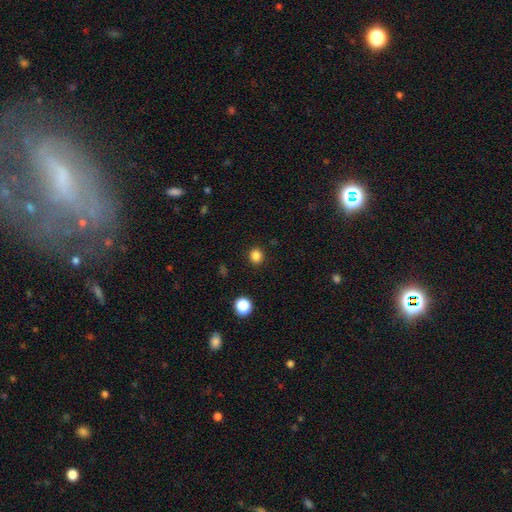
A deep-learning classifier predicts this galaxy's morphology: type=smooth (84%); roundness=round (82%); merging=none (91%).